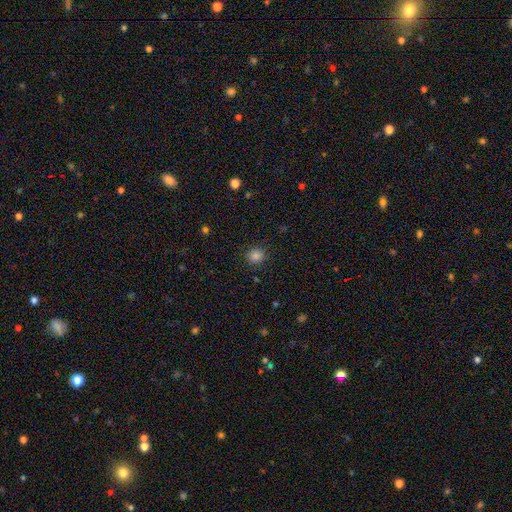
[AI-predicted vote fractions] Smooth or featured? smooth (84%)
How rounded? round (83%)
Merging? none (89%)